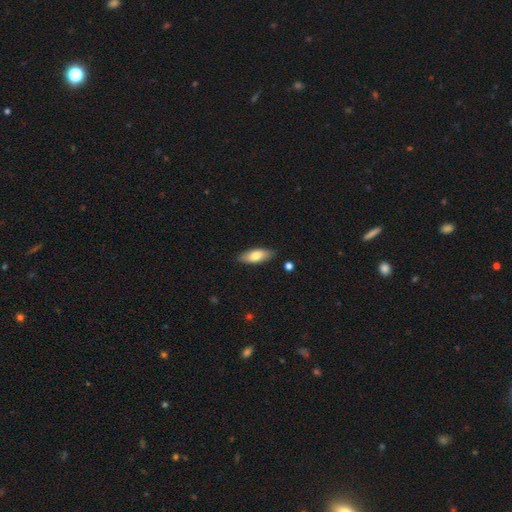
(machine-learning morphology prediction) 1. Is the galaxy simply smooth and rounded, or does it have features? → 75% smooth, 19% featured or disk, 6% star or artifact.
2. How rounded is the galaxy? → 75% in between, 23% cigar-shaped, 2% round.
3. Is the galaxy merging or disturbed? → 87% none, 10% minor disturbance, 2% major disturbance, 1% merger.